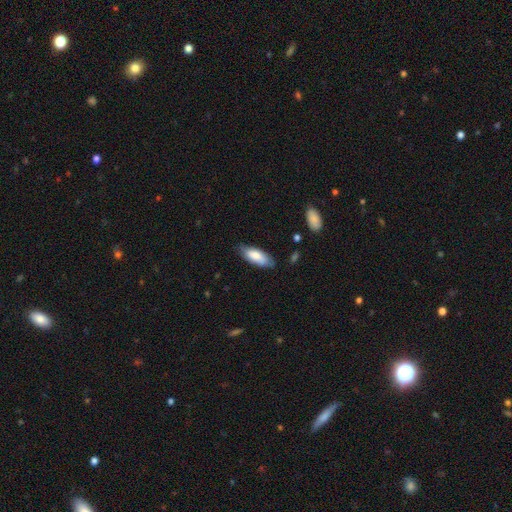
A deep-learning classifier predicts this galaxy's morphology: This is likely a smooth galaxy (77%). How rounded: likely in between (77%). Merging: likely none (74%).